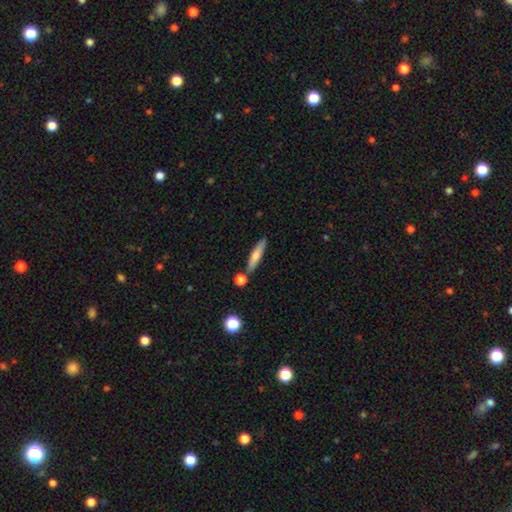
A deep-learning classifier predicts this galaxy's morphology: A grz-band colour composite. It shows a smooth galaxy with no disk features (69%) that is cigar-shaped (86%). Merging: none (77%).